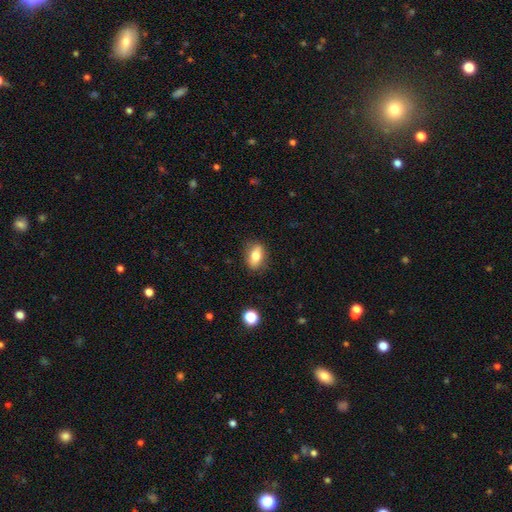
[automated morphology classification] smooth_or_featured: smooth (p=0.72) [alt: featured or disk p=0.20]
how_rounded: in between (p=0.78) [alt: round p=0.15]
merging: none (p=0.83) [alt: minor disturbance p=0.12]